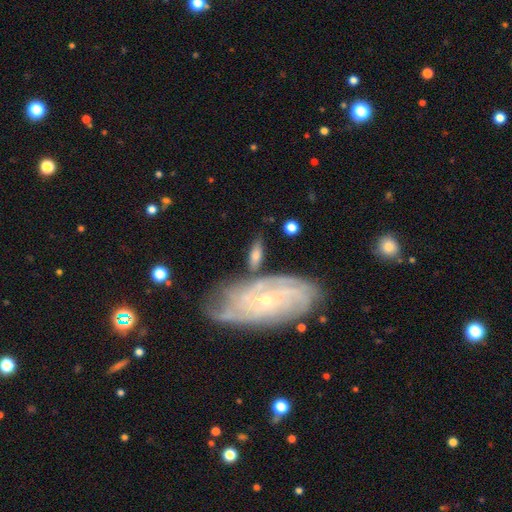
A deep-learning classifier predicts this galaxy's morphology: This appears to be a smooth galaxy with no disk features (51%) that is in between round and cigar-shaped (74%). Merging: none (64%).